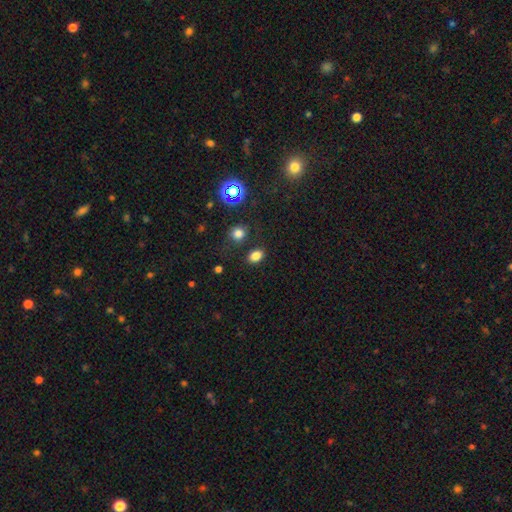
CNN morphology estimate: A smooth galaxy with no disk features (80%) that is in between round and cigar-shaped (70%).

Vote fractions:
- Smooth or featured? smooth: 80% / star or artifact: 15% / featured or disk: 5%
- How rounded? in between: 70% / round: 29% / cigar-shaped: 1%
- Merging? none: 80% / minor disturbance: 11% / merger: 6% / major disturbance: 4%